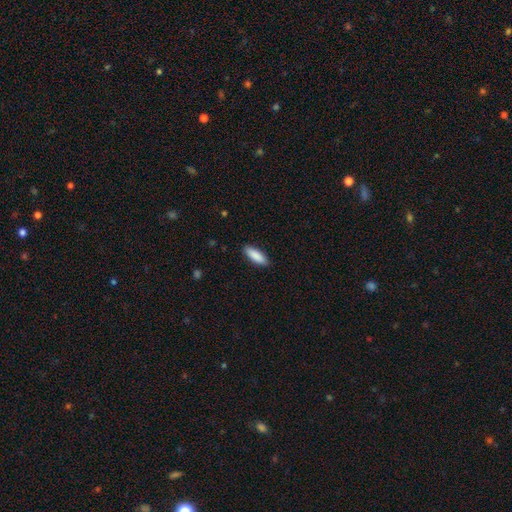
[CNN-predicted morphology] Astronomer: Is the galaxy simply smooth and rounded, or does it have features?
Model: smooth — 89%.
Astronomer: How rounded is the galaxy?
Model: in between — 56% (runner-up: cigar-shaped, 43%).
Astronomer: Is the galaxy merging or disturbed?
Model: none — 89%.